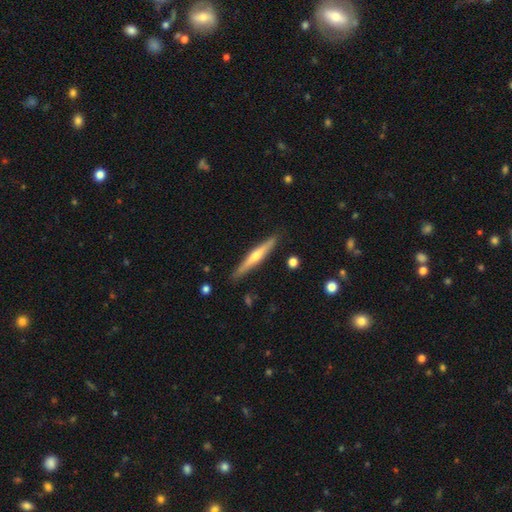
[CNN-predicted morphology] This appears to be a featured or disk galaxy (59%) viewed edge-on (96%) with a rounded central bulge (80%). Merging: none (88%).